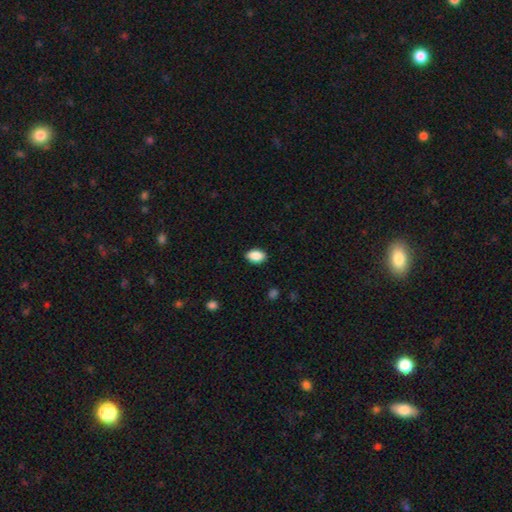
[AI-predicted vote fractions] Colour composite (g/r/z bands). It shows a smooth galaxy with no disk features (89%) that is in between round and cigar-shaped (90%). Merging: none (87%).